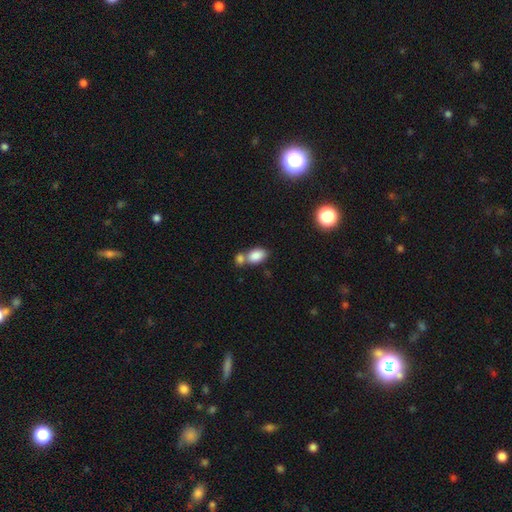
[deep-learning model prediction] Overall: smooth (84%). How rounded: in between (86%). Merging: merger (47%; none 39%).